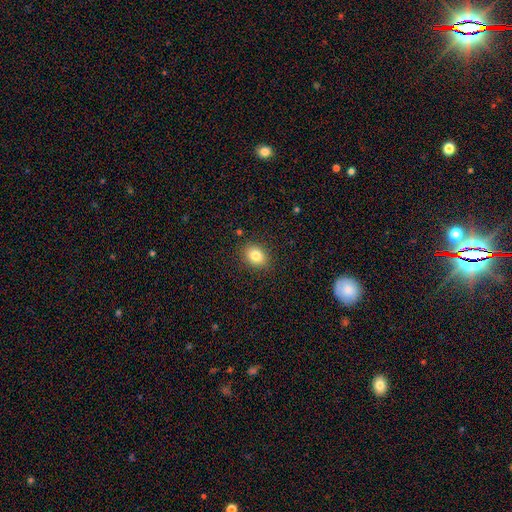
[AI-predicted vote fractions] This appears to be a smooth galaxy with no disk features (82%) that is in between round and cigar-shaped (59%). Merging: none (88%).